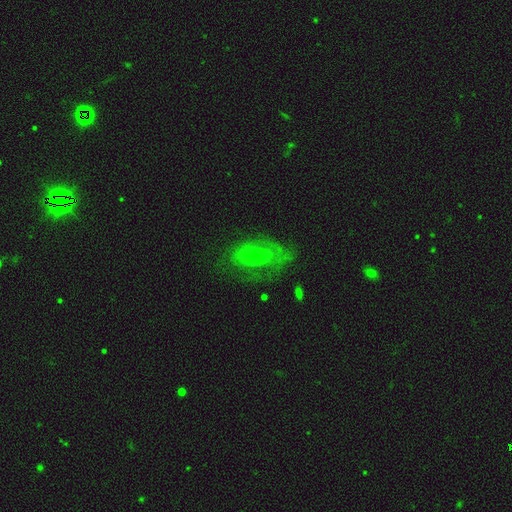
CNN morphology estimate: type=featured or disk (49%); merging=none (52%).